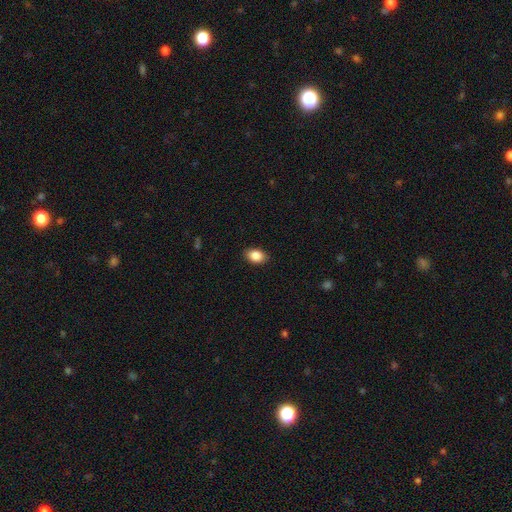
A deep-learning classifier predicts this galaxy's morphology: Smooth or featured? Predicted: smooth (p=0.88). How rounded? Predicted: in between (p=0.83). Merging? Predicted: none (p=0.88).